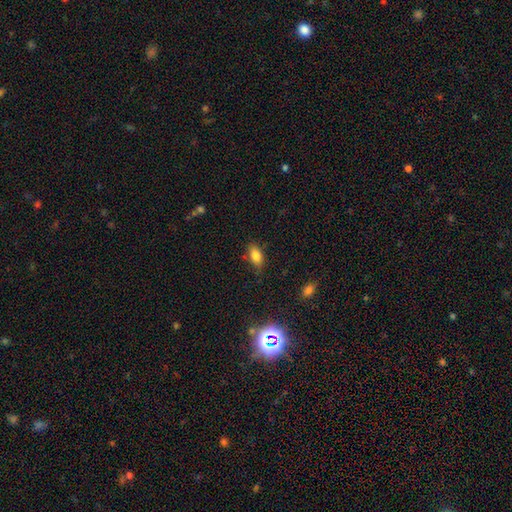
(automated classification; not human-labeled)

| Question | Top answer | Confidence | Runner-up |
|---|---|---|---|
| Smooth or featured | smooth | 82% | star or artifact (10%) |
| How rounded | in between | 88% | cigar-shaped (6%) |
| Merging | none | 75% | minor disturbance (18%) |